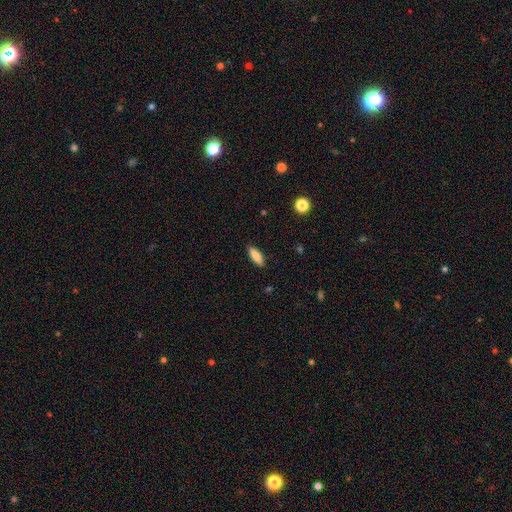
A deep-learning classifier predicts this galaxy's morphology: smooth-or-featured: smooth: 86% | featured or disk: 7% | star or artifact: 7%
  how-rounded: in between: 62% | cigar-shaped: 36% | round: 2%
  merging: none: 88% | minor disturbance: 9% | major disturbance: 2% | merger: 1%